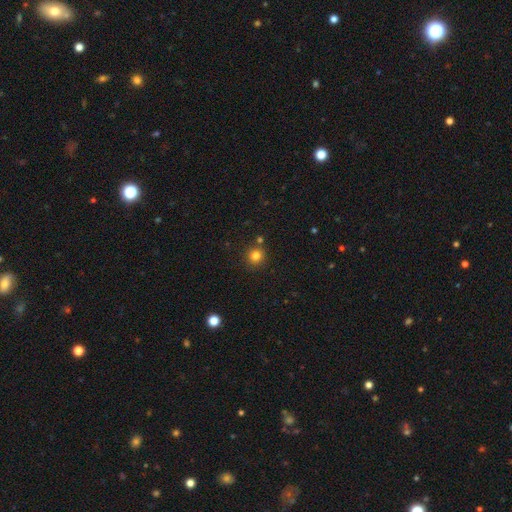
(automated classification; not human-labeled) Smooth or featured: smooth — 81% (star or artifact — 14%)
How rounded: round — 92% (in between — 7%)
Merging: none — 84% (minor disturbance — 8%)